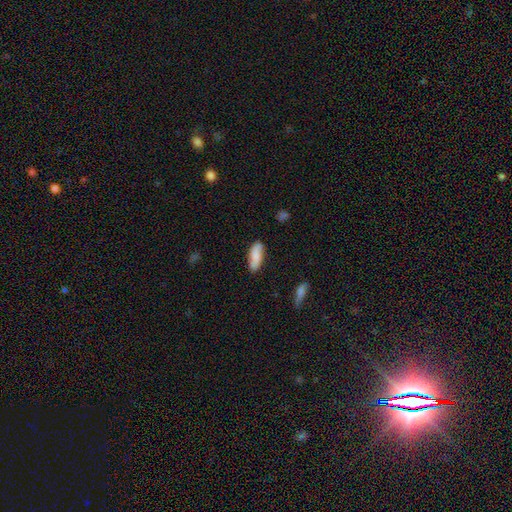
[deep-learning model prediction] Smooth or featured? Predicted: smooth (p=0.78). How rounded? Predicted: in between (p=0.71). Merging? Predicted: none (p=0.80).